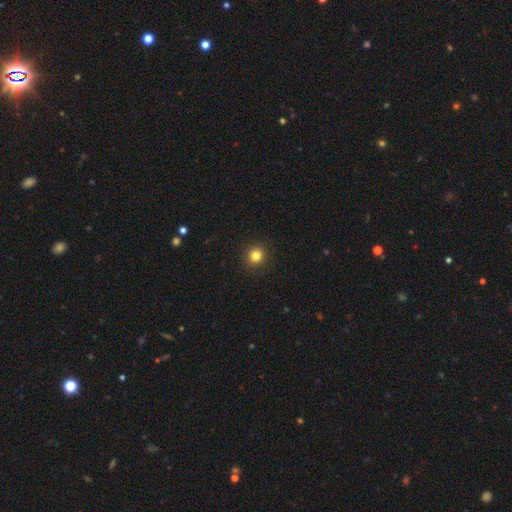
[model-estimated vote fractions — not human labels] Smooth or featured? smooth (83%)
How rounded? round (93%)
Merging? none (93%)